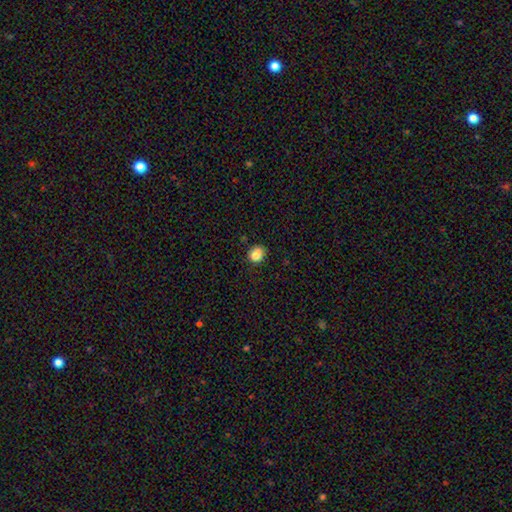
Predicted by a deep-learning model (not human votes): A smooth galaxy with no disk features (84%) that is round (63%). Merging: none (70%).